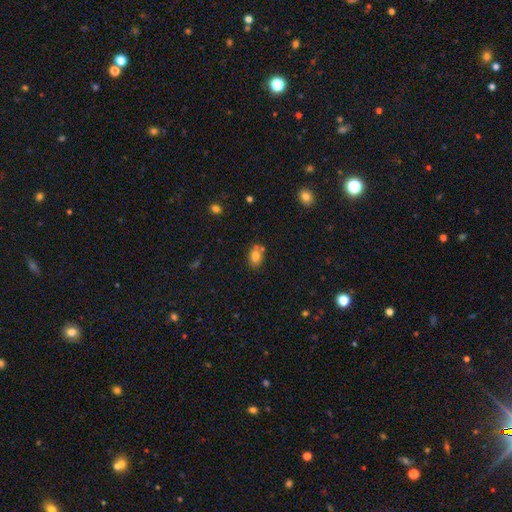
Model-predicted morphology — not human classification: This appears to be a smooth galaxy with no disk features (79%) that is in between round and cigar-shaped (75%). Merging: none (64%).